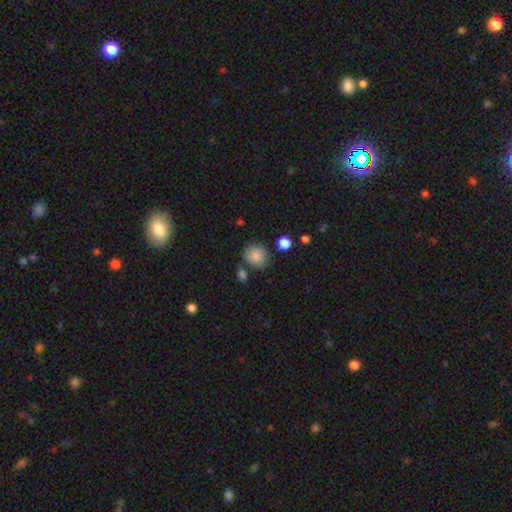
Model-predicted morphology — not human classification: Overall: smooth (85%). How rounded: round (76%). Merging: none (72%).